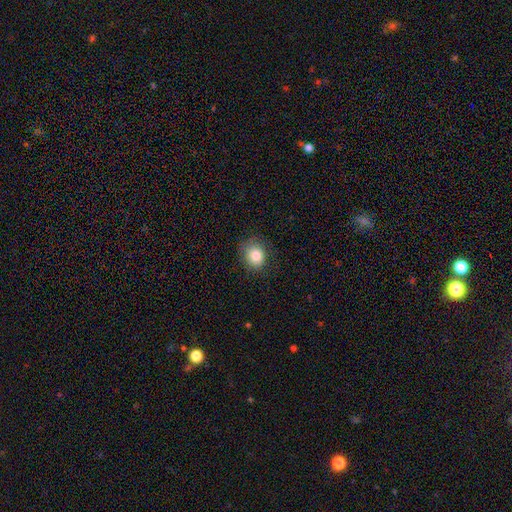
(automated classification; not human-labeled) This is clearly a smooth galaxy (83%). How rounded: likely round (70%). Merging: clearly none (80%).